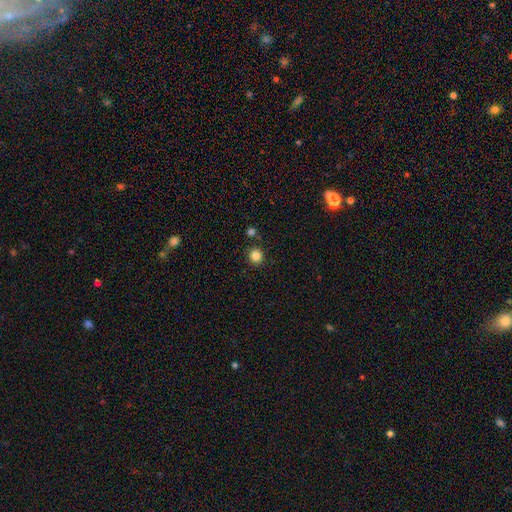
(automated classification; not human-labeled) The model was most divided on "smooth or featured": smooth: 84%, star or artifact: 12%, featured or disk: 4%. More confident: how rounded — round (92%); merging — none (85%).